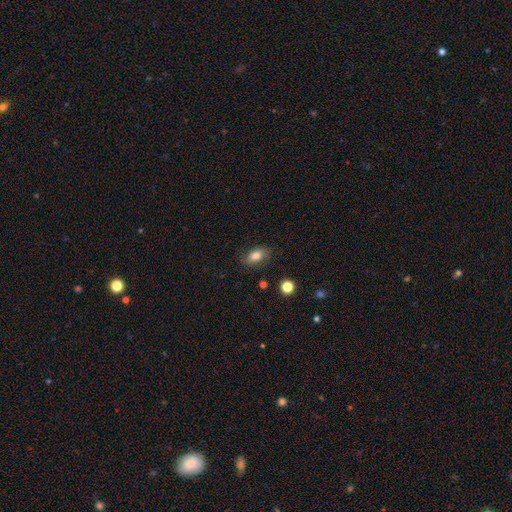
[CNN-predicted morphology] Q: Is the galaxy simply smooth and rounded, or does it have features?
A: smooth — 79%.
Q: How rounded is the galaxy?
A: in between — 86%.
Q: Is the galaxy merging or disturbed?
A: none — 76%.